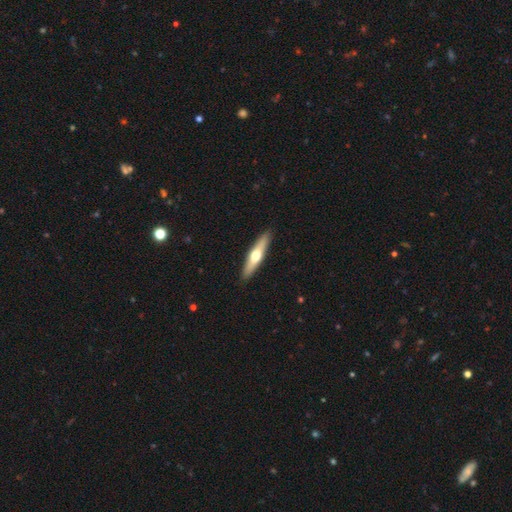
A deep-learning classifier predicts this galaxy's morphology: Smooth or featured: featured or disk — 49% (smooth — 46%)
Merging: none — 91% (minor disturbance — 7%)